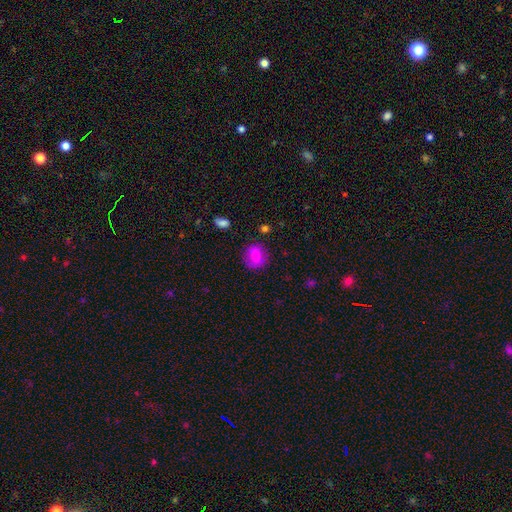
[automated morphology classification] Overall: smooth (71%). How rounded: round (80%). Merging: none (79%).